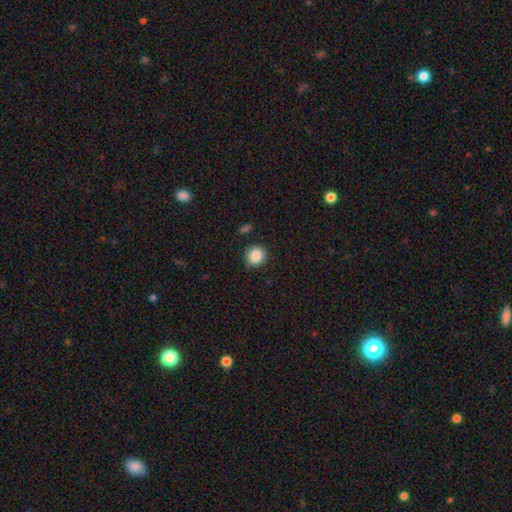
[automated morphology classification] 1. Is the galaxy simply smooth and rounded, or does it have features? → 86% smooth, 9% star or artifact, 5% featured or disk.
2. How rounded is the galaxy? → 90% round, 10% in between, 1% cigar-shaped.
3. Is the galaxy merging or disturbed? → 86% none, 9% minor disturbance, 2% major disturbance, 2% merger.